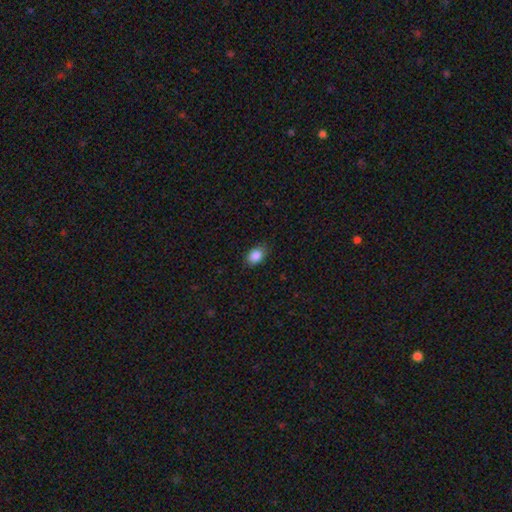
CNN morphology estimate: This appears to be a smooth galaxy with no disk features (87%) that is in between round and cigar-shaped (78%). Merging: none (80%).